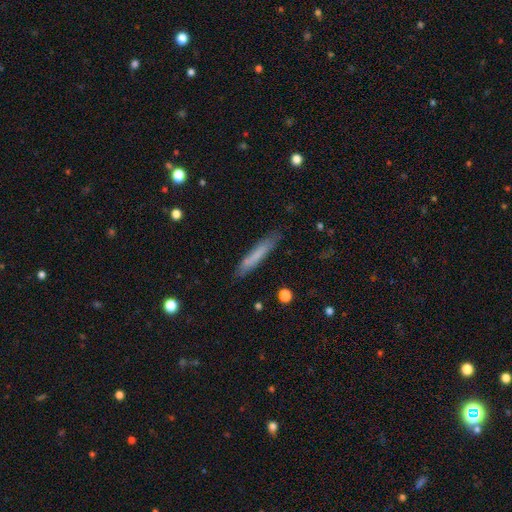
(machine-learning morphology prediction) Overall: smooth (71%). How rounded: cigar-shaped (92%). Merging: none (84%).